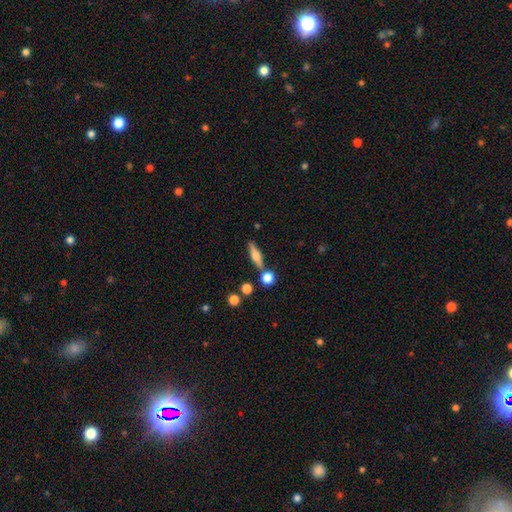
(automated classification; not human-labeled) This appears to be a featured or disk galaxy (48%). Merging: none (74%).